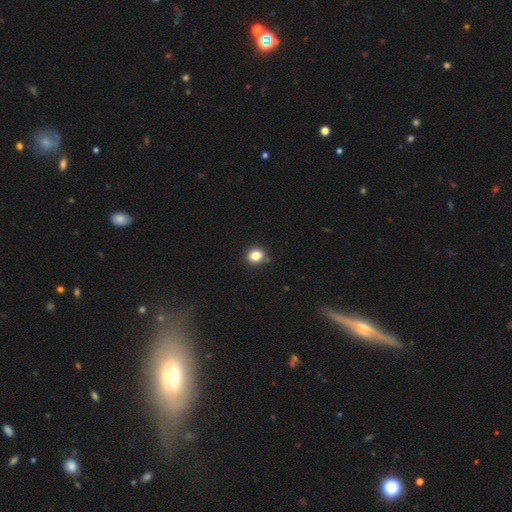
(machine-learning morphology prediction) This appears to be a smooth galaxy with no disk features (84%) that is round (57%). Merging: none (84%).